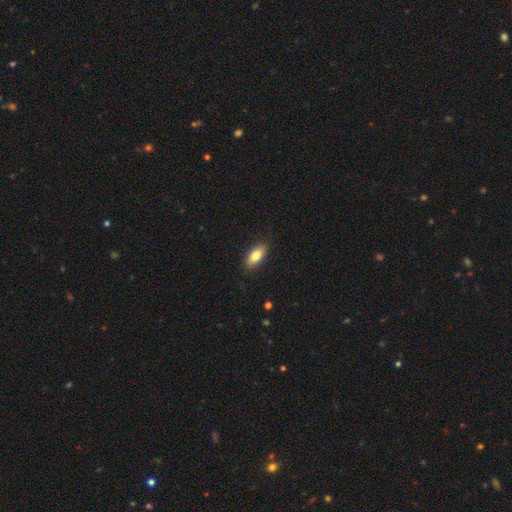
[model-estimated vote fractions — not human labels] The model was most divided on "smooth or featured": smooth: 81%, featured or disk: 13%, star or artifact: 6%. More confident: merging — none (87%); how rounded — in between (87%).